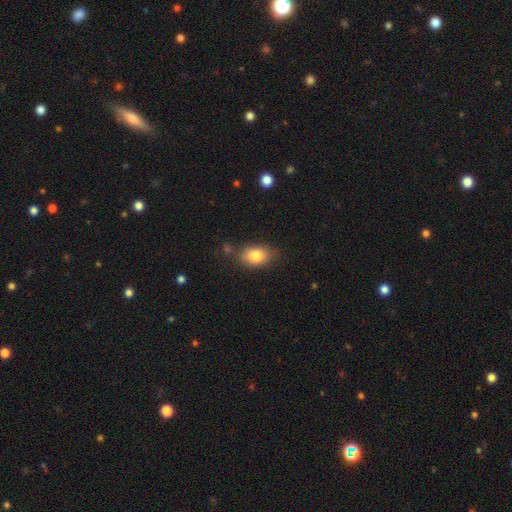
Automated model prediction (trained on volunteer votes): Smooth or featured? Predicted: smooth (p=0.82). How rounded? Predicted: in between (p=0.81). Merging? Predicted: none (p=0.76).